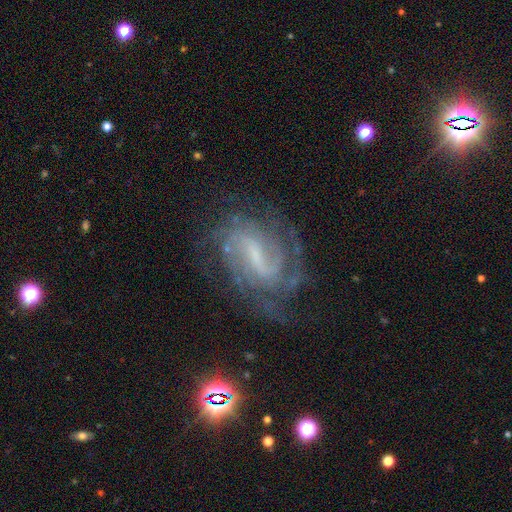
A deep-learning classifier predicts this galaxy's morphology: smooth-or-featured: featured or disk: 84% | star or artifact: 8% | smooth: 8%
  disk-edge-on: no: 96% | yes: 4%
    bar: weak: 48% | strong: 38% | no: 15%
    has-spiral-arms: yes: 94% | no: 6%
      spiral-winding: tight: 43% | medium: 42% | loose: 15%
      spiral-arm-count: 2: 42% | can't tell: 28% | 3: 14% | 4: 6% | 1: 5% | more than 4: 4%
    bulge-size: small: 44% | none: 31% | moderate: 20% | large: 3% | dominant: 1%
  merging: none: 67% | minor disturbance: 18% | major disturbance: 13% | merger: 2%